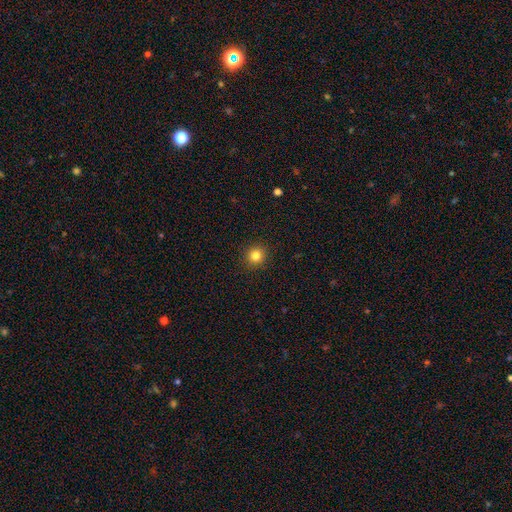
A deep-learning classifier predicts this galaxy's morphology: Smooth or featured? smooth (82%)
How rounded? round (92%)
Merging? none (92%)